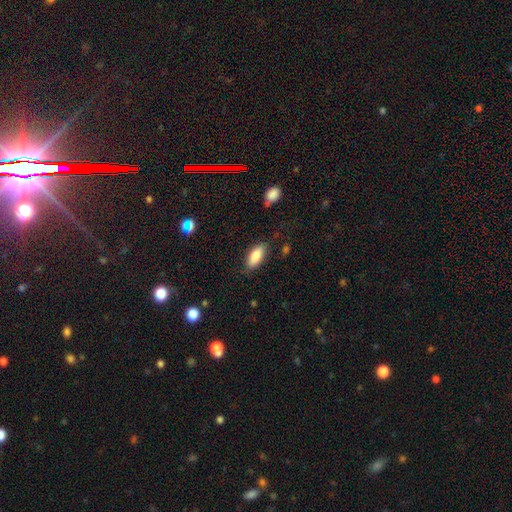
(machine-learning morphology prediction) Smooth or featured? smooth (83%)
How rounded? in between (82%)
Merging? none (80%)